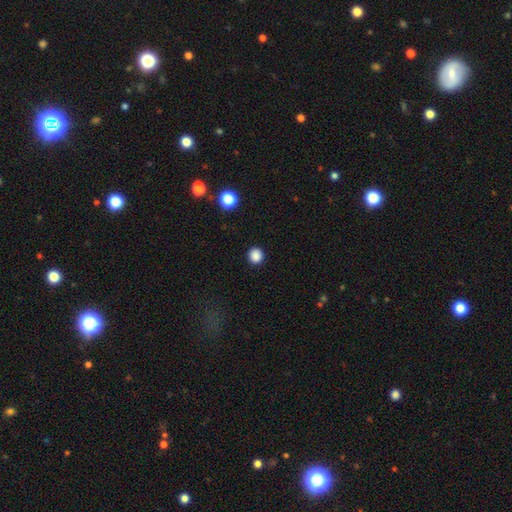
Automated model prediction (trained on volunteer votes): Smooth or featured? smooth (87%)
How rounded? round (91%)
Merging? none (92%)